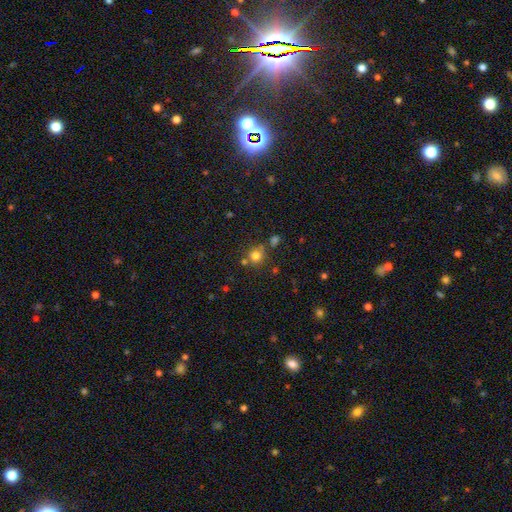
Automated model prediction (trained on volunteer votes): Smooth or featured? Predicted: smooth (p=0.77). How rounded? Predicted: round (p=0.89). Merging? Predicted: none (p=0.70).